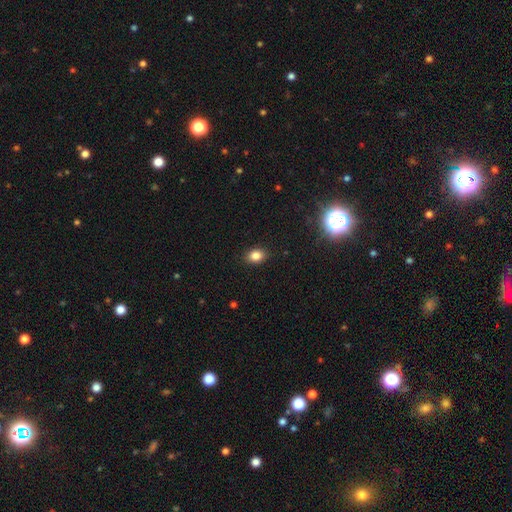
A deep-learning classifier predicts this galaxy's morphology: Overall: smooth (82%). How rounded: in between (66%; round 32%). Merging: none (89%).